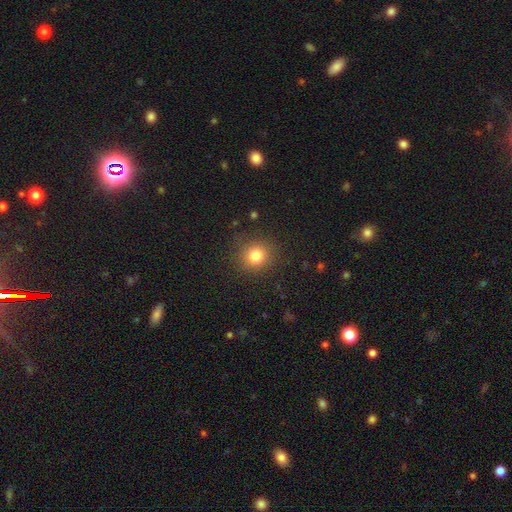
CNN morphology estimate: The model was most divided on "smooth or featured": smooth: 80%, star or artifact: 13%, featured or disk: 7%. More confident: how rounded — round (89%); merging — none (87%).